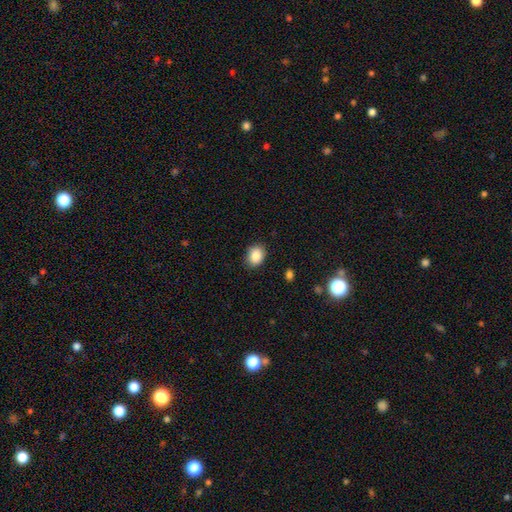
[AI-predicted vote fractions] Smooth or featured? smooth (88%)
How rounded? in between (57%)
Merging? none (88%)